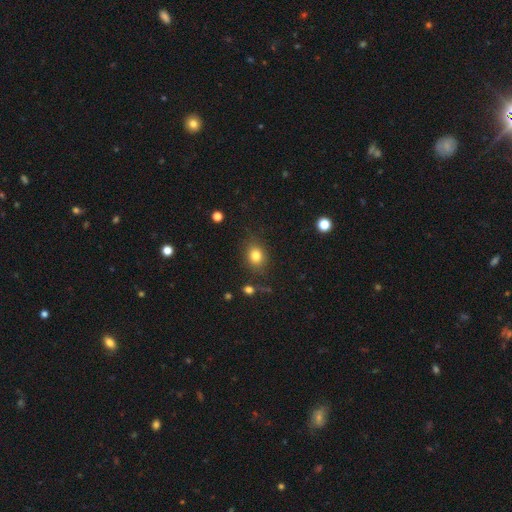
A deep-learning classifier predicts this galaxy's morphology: A smooth galaxy with no disk features (81%) that is round (55%).

Vote fractions:
- Smooth or featured? smooth: 81% / star or artifact: 12% / featured or disk: 7%
- How rounded? round: 55% / in between: 44% / cigar-shaped: 1%
- Merging? none: 82% / minor disturbance: 12% / major disturbance: 4% / merger: 3%